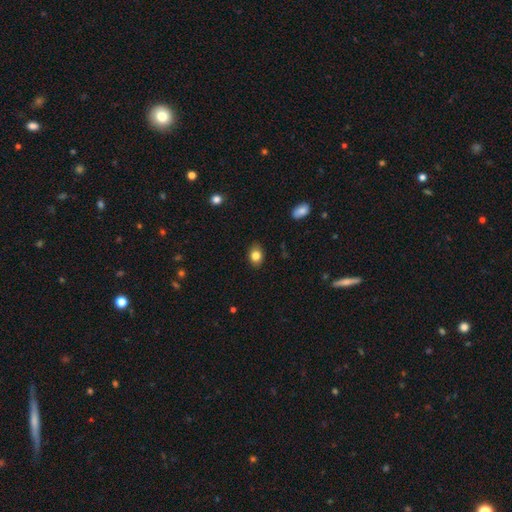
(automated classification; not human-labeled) Smooth or featured? Predicted: smooth (p=0.83). How rounded? Predicted: in between (p=0.66). Merging? Predicted: none (p=0.86).